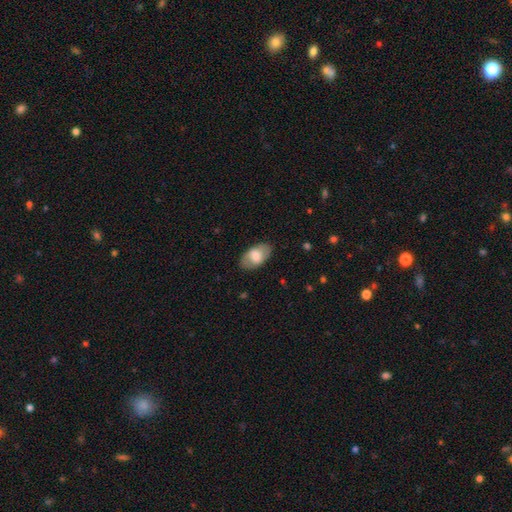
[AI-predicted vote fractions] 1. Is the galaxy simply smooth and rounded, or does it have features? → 68% smooth, 26% featured or disk, 6% star or artifact.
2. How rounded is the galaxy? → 93% in between, 5% round, 2% cigar-shaped.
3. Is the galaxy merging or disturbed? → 83% none, 12% minor disturbance, 4% major disturbance, 1% merger.